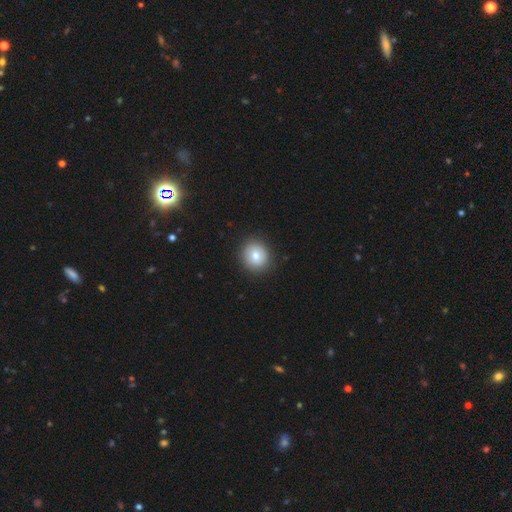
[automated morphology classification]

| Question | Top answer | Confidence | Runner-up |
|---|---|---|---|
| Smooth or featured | smooth | 80% | featured or disk (11%) |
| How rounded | round | 87% | in between (12%) |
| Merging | none | 91% | minor disturbance (6%) |